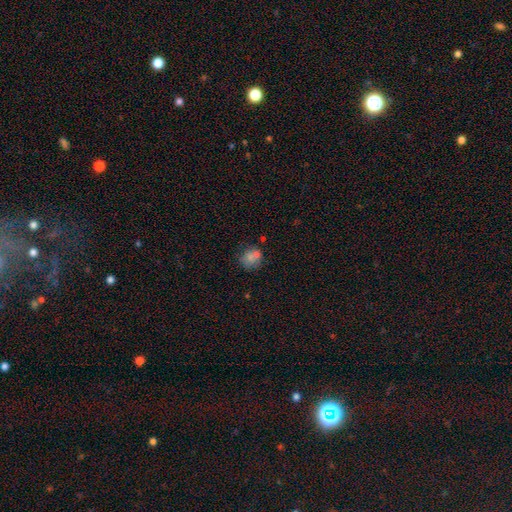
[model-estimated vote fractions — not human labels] Overall: smooth (61%; star or artifact 21%). How rounded: round (77%). Merging: none (63%).